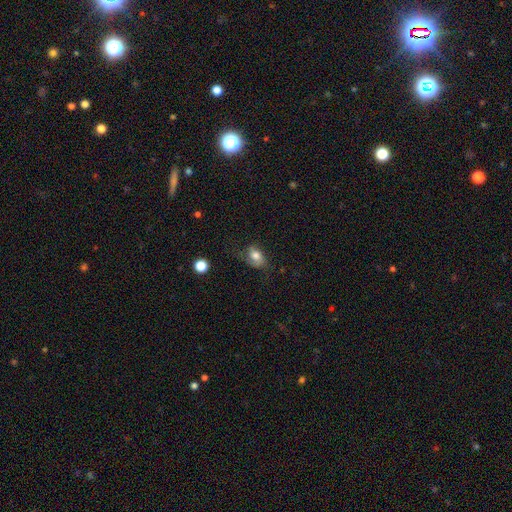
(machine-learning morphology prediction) smooth_or_featured: smooth (p=0.71) [alt: featured or disk p=0.20]
how_rounded: in between (p=0.78) [alt: round p=0.21]
merging: none (p=0.49) [alt: minor disturbance p=0.29]